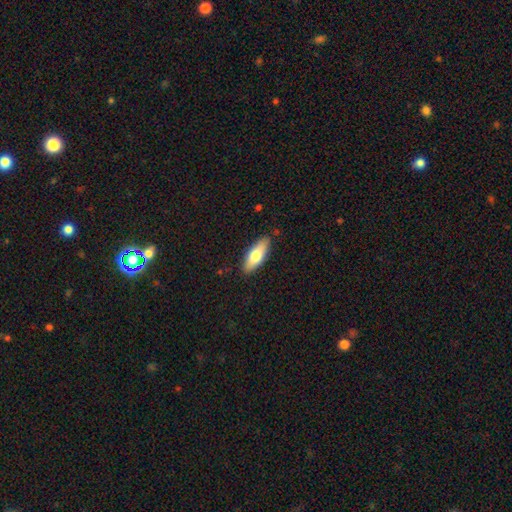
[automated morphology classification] This is likely a smooth galaxy (70%). How rounded: likely in between (70%). Merging: clearly none (86%).